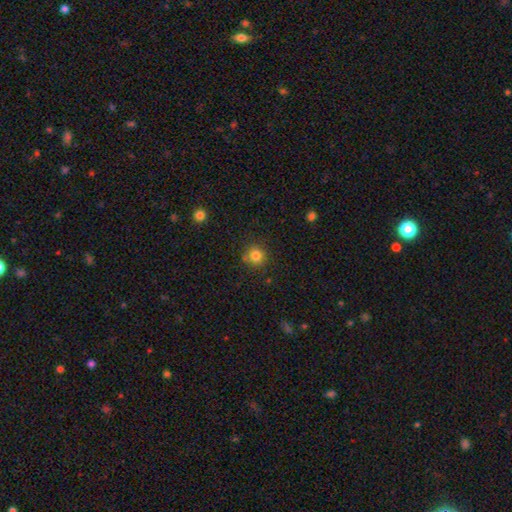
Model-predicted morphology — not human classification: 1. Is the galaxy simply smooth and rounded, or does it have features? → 82% smooth, 12% star or artifact, 6% featured or disk.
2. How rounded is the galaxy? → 92% round, 7% in between, 1% cigar-shaped.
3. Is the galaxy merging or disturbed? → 83% none, 11% minor disturbance, 4% merger, 3% major disturbance.